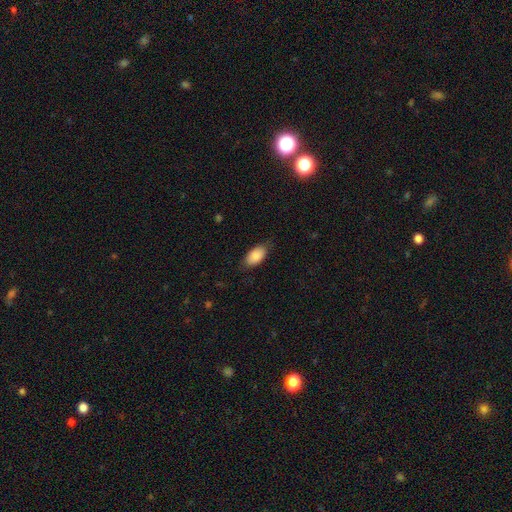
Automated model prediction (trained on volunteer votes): Smooth or featured?
  - smooth: 87% *
  - featured or disk: 7%
  - star or artifact: 6%
How rounded?
  - in between: 93% *
  - round: 3%
  - cigar-shaped: 3%
Merging?
  - none: 78% *
  - minor disturbance: 18%
  - major disturbance: 4%
  - merger: 1%